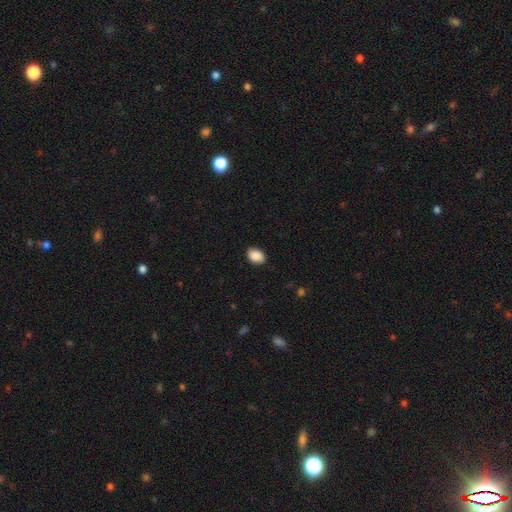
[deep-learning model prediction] smooth-or-featured: smooth: 90% | star or artifact: 7% | featured or disk: 3%
  how-rounded: in between: 76% | round: 23% | cigar-shaped: 1%
  merging: none: 87% | minor disturbance: 10% | major disturbance: 2% | merger: 1%